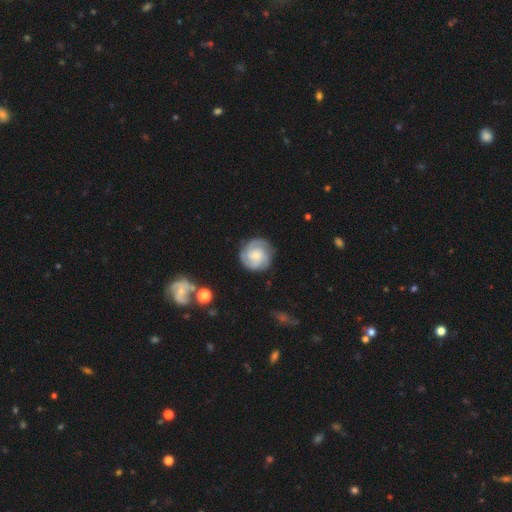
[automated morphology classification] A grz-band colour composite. It shows a featured or disk galaxy (72%) with no bar (71%), 3 (43%) tight (62%) spiral arms (95%) and a small central bulge (52%). Merging: none (80%).